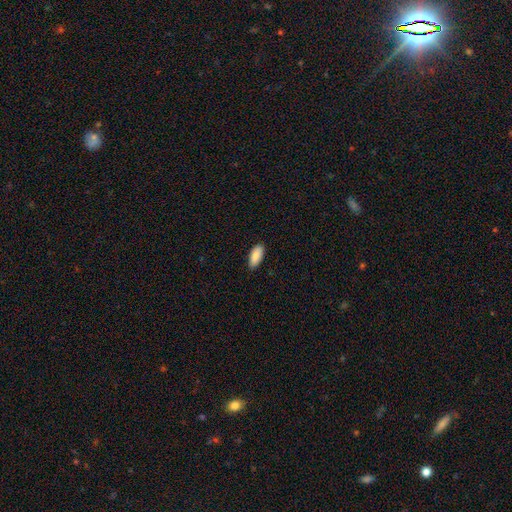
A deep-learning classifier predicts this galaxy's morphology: Q: Smooth or featured?
A: smooth (88%); runner-up: star or artifact (6%)
Q: How rounded?
A: in between (87%); runner-up: cigar-shaped (11%)
Q: Merging?
A: none (87%); runner-up: minor disturbance (10%)